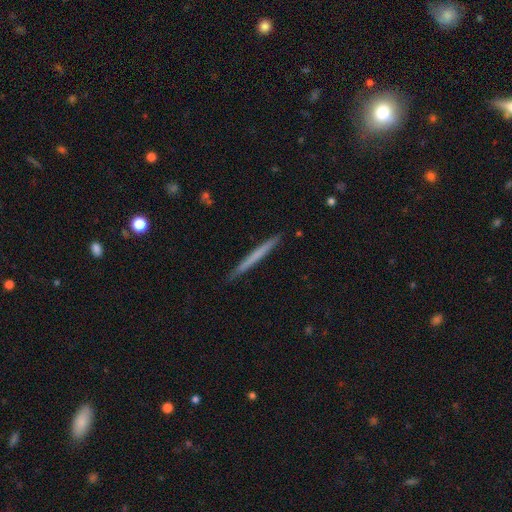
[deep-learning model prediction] Morphology: type=smooth (55%); roundness=cigar-shaped (97%); merging=none (91%).